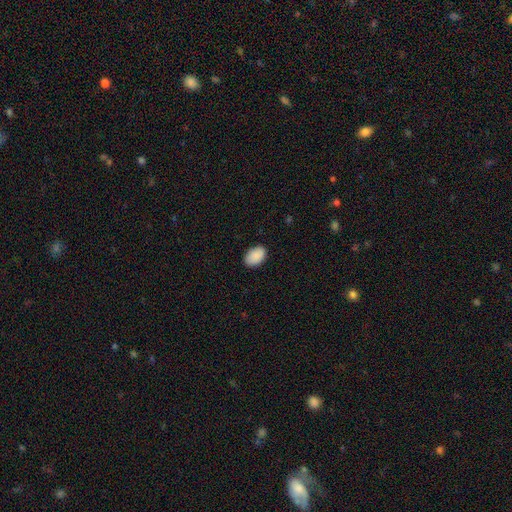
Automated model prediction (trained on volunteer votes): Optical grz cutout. It shows a smooth galaxy with no disk features (90%) that is in between round and cigar-shaped (89%). Merging: none (87%).